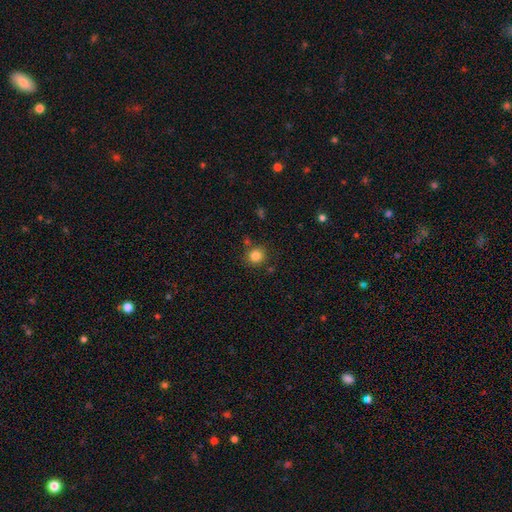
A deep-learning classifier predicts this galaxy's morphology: The model was most divided on "smooth or featured": smooth: 83%, star or artifact: 11%, featured or disk: 5%. More confident: how rounded — round (90%); merging — none (82%).